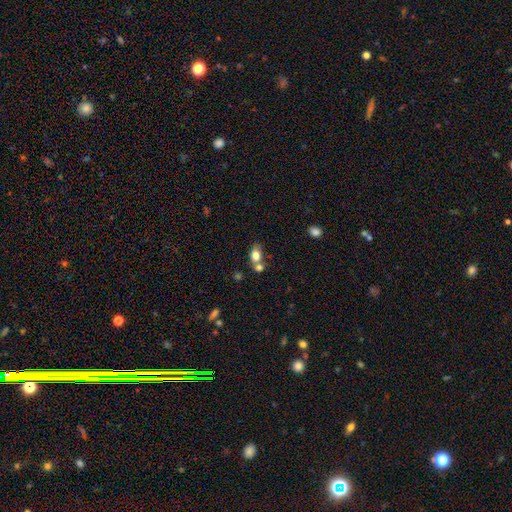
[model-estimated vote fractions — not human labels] Morphology: type=smooth (75%); roundness=in between (73%); merging=none (44%).